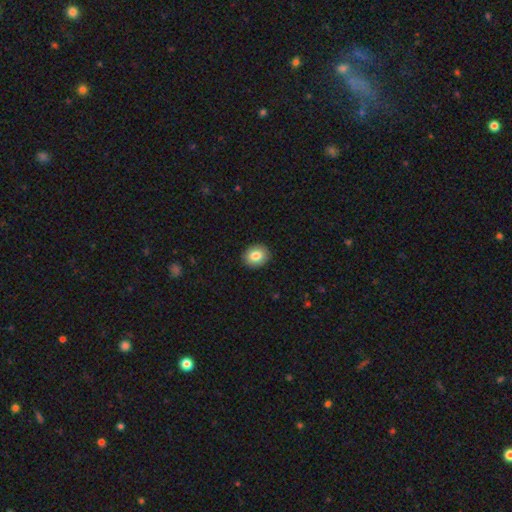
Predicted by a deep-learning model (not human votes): Smooth or featured? smooth (83%)
How rounded? round (57%)
Merging? none (91%)